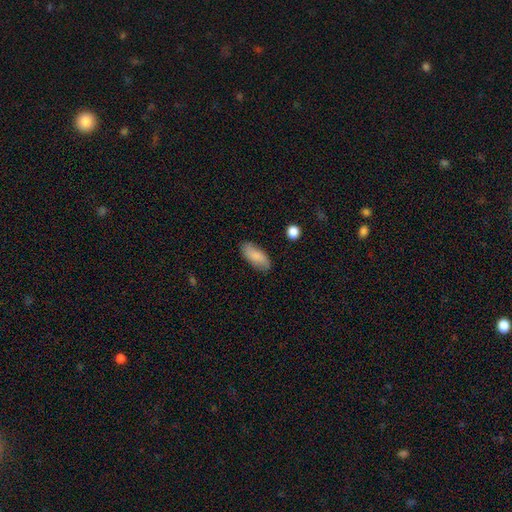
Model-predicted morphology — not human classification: A smooth galaxy with no disk features (81%) that is in between round and cigar-shaped (87%).

Vote fractions:
- Smooth or featured? smooth: 81% / featured or disk: 12% / star or artifact: 6%
- How rounded? in between: 87% / cigar-shaped: 11% / round: 2%
- Merging? none: 82% / minor disturbance: 13% / major disturbance: 3% / merger: 2%